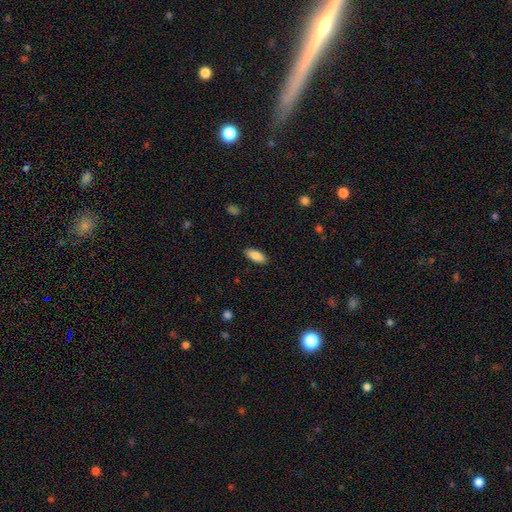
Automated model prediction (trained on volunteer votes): smooth-or-featured: smooth: 88% | star or artifact: 6% | featured or disk: 6%
  how-rounded: in between: 80% | cigar-shaped: 18% | round: 2%
  merging: none: 89% | minor disturbance: 8% | major disturbance: 2% | merger: 1%